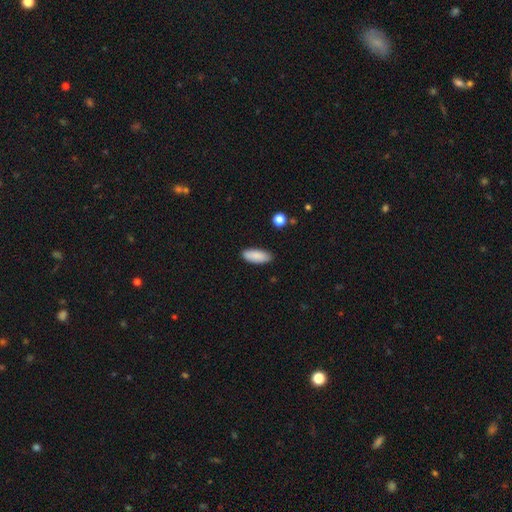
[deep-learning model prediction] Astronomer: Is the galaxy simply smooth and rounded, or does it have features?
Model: smooth — 88%.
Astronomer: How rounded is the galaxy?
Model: in between — 76%.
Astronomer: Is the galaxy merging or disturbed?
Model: none — 86%.